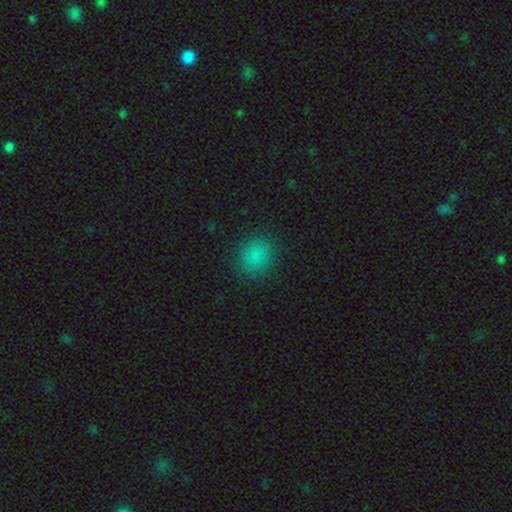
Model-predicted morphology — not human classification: Smooth or featured: smooth — 84% (star or artifact — 13%)
How rounded: round — 76% (in between — 23%)
Merging: none — 88% (minor disturbance — 8%)